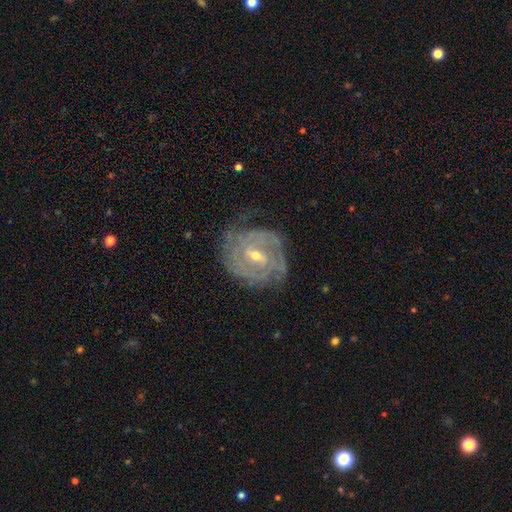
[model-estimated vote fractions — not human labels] This is clearly a featured or disk galaxy (86%). It is clearly not viewed edge-on (96%). Bar: possibly weak (53%). Spiral arm pattern: clearly yes (93%). Spiral arm count: marginally can't tell (36%). Spiral winding: likely tight (70%). Central bulge: possibly small (52%). Merging: likely none (66%).